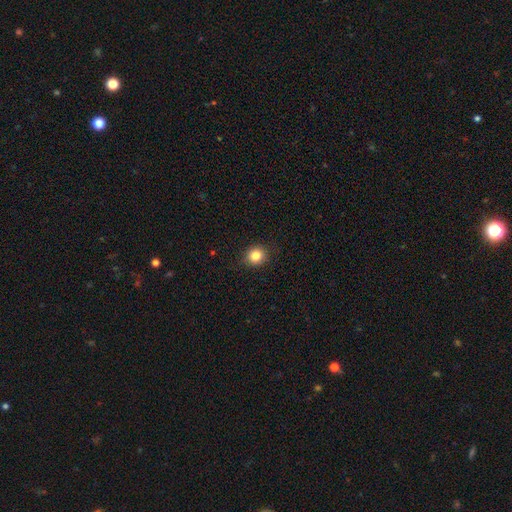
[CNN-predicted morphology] Smooth or featured: smooth — 83% (star or artifact — 11%)
How rounded: round — 85% (in between — 14%)
Merging: none — 88% (minor disturbance — 9%)